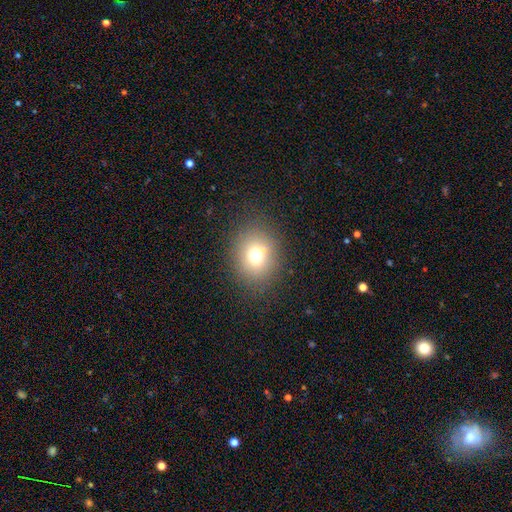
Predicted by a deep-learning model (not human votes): Smooth or featured: smooth — 69% (star or artifact — 18%)
How rounded: round — 73% (in between — 26%)
Merging: none — 82% (minor disturbance — 10%)